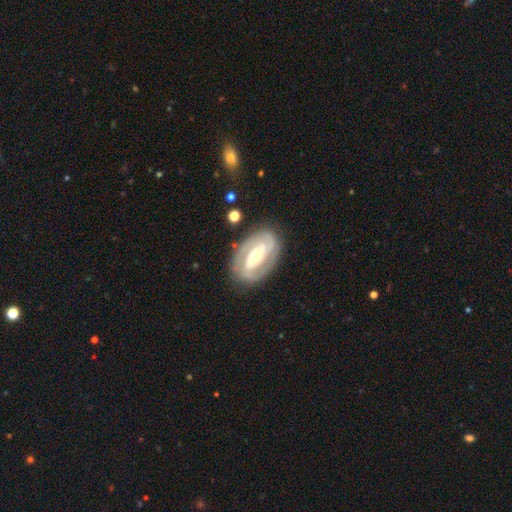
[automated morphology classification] type=featured or disk (84%); edge-on=no (95%); bar=strong (51%); spiral arms=yes (90%); winding=tight (57%); arm count=2 (83%); bulge=moderate (58%); merging=none (83%).